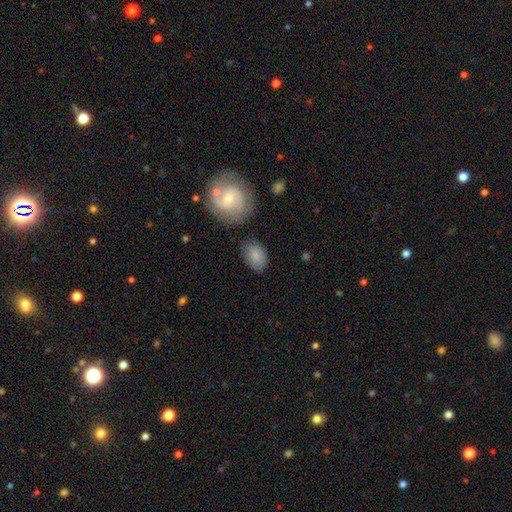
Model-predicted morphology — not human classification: This appears to be a smooth galaxy with no disk features (75%) that is in between round and cigar-shaped (80%). Merging: none (70%).